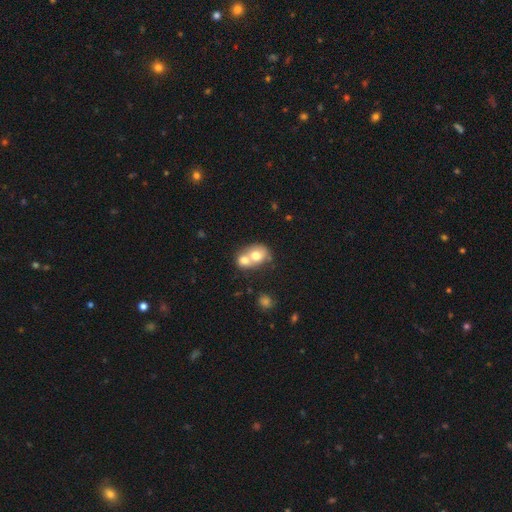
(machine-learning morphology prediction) This appears to be a smooth galaxy with no disk features (68%) that is round (58%). Merging: merger (72%).